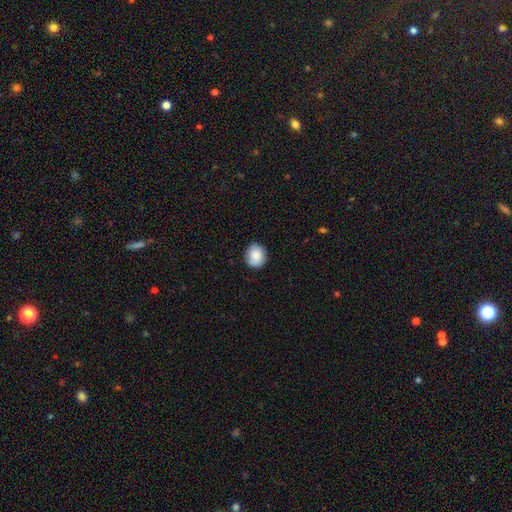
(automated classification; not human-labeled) This appears to be a smooth galaxy with no disk features (85%) that is round (82%). Merging: none (85%).